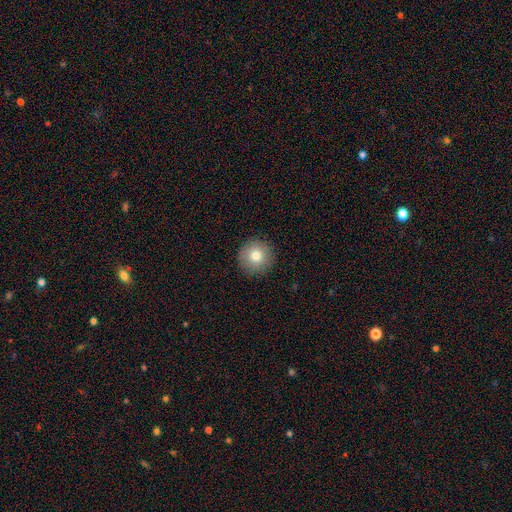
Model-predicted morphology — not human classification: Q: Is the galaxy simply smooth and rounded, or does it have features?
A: smooth — 78%.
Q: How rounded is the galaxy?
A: round — 96%.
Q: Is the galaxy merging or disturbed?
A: none — 92%.